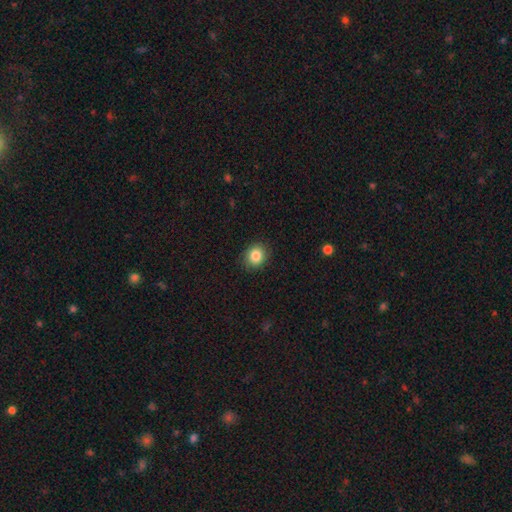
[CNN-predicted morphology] type=smooth (85%); roundness=round (74%); merging=none (89%).